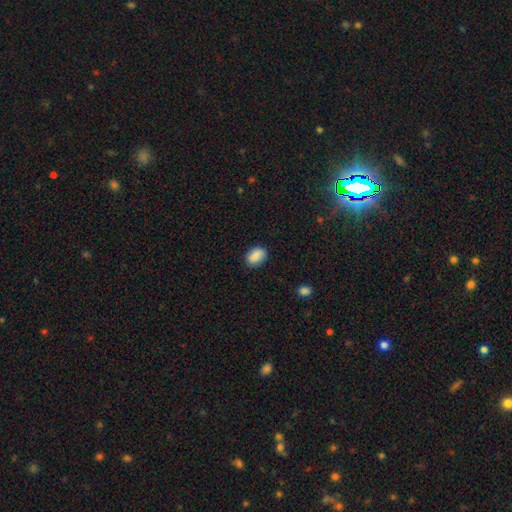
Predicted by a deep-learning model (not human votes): Overall: smooth (87%). How rounded: in between (83%). Merging: none (82%).